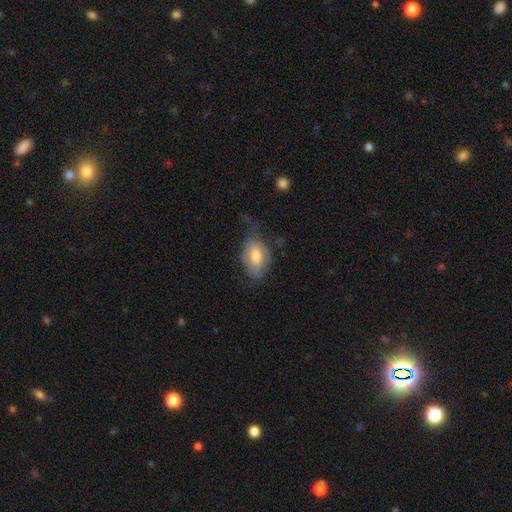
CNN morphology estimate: Smooth or featured: smooth — 67% (featured or disk — 26%)
How rounded: in between — 90% (round — 8%)
Merging: none — 44% (minor disturbance — 34%)